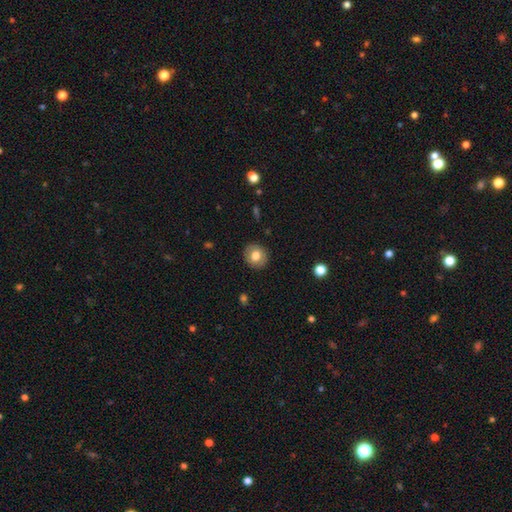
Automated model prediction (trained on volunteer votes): Smooth or featured?
  - smooth: 73% *
  - featured or disk: 19%
  - star or artifact: 8%
How rounded?
  - round: 81% *
  - in between: 18%
  - cigar-shaped: 1%
Merging?
  - none: 88% *
  - minor disturbance: 8%
  - major disturbance: 2%
  - merger: 1%